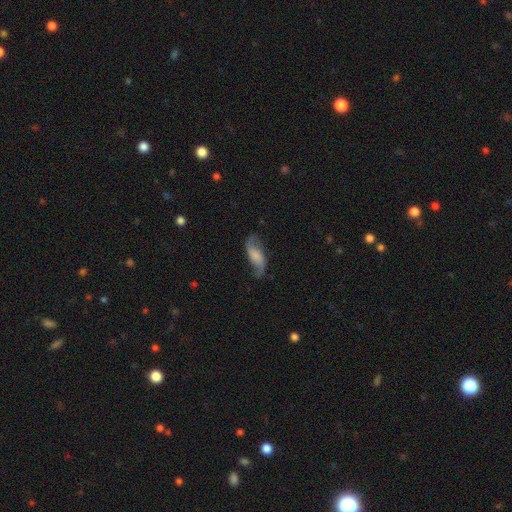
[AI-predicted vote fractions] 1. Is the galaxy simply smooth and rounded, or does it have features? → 71% featured or disk, 22% smooth, 7% star or artifact.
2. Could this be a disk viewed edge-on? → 93% no, 7% yes.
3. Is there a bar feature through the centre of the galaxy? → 49% no, 37% weak, 14% strong.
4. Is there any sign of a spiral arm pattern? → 94% yes, 6% no.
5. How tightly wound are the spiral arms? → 84% loose, 13% medium, 4% tight.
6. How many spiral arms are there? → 92% 2, 3% 1, 2% can't tell, 1% 3, 1% 4, 1% more than 4.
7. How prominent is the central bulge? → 45% none, 26% small, 17% moderate, 9% large, 3% dominant.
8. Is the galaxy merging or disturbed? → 70% none, 19% minor disturbance, 9% major disturbance, 2% merger.